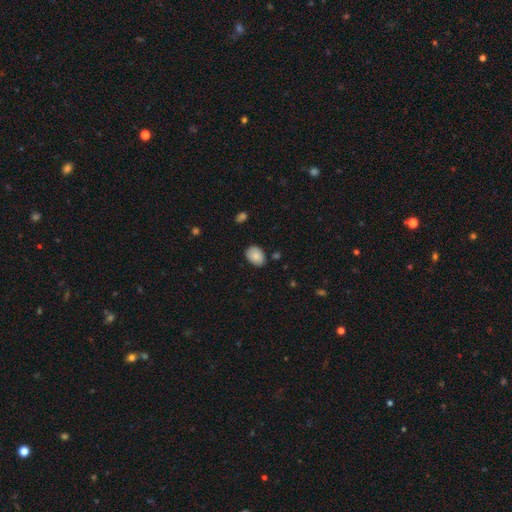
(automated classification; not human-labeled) Overall: smooth (85%). How rounded: in between (78%). Merging: none (81%).